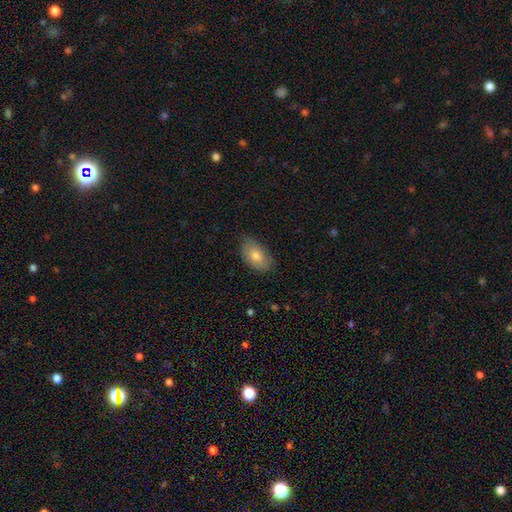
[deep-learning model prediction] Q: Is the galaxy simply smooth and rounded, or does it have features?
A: smooth — 74%.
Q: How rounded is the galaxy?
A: in between — 92%.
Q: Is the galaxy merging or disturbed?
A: none — 74%.